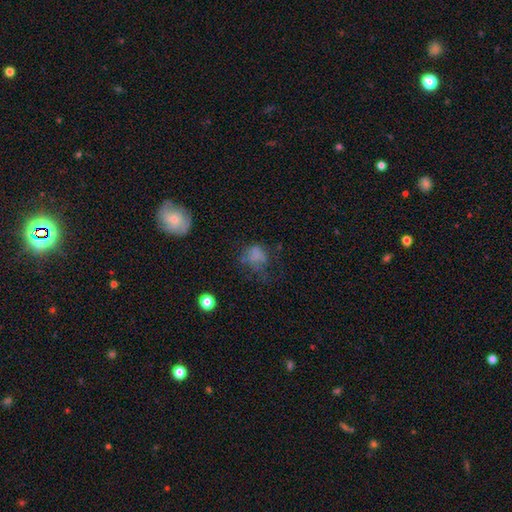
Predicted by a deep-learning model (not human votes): A smooth galaxy with no disk features (61%) that is round (52%).

Vote fractions:
- Smooth or featured? smooth: 61% / featured or disk: 20% / star or artifact: 19%
- How rounded? round: 52% / in between: 47% / cigar-shaped: 2%
- Merging? none: 37% / major disturbance: 35% / minor disturbance: 23% / merger: 5%